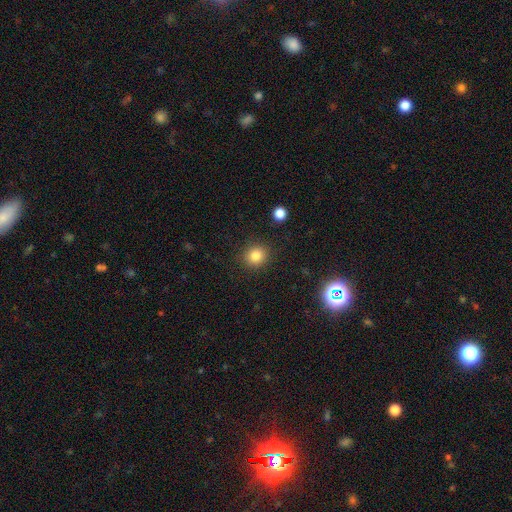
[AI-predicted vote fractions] smooth-or-featured: smooth: 84% | star or artifact: 11% | featured or disk: 5%
  how-rounded: round: 85% | in between: 14% | cigar-shaped: 1%
  merging: none: 89% | minor disturbance: 7% | major disturbance: 3% | merger: 1%